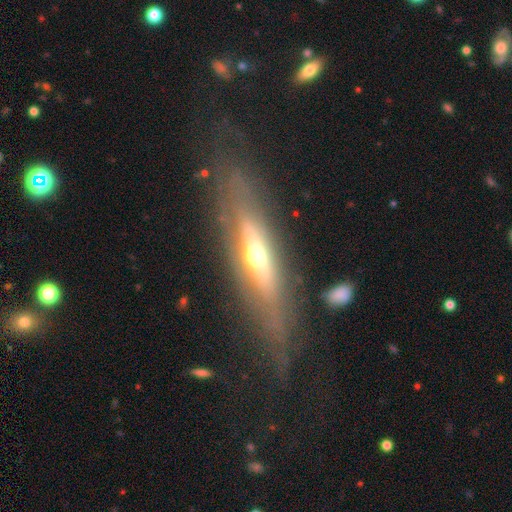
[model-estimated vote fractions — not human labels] featured or disk 71%, smooth 22%, star or artifact 7%. Down the decision tree: edge-on disk — yes (74%); edge-on bulge — rounded (85%); merging — none (66%).